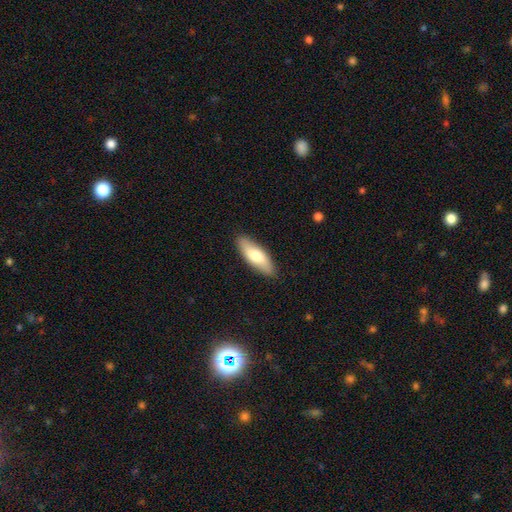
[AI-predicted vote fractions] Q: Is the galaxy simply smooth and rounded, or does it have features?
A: smooth — 71%.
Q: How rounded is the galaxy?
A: in between — 61%.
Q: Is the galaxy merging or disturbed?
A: none — 88%.